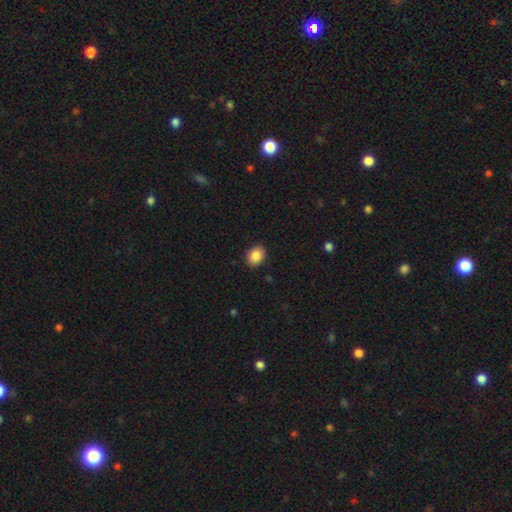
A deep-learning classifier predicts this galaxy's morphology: smooth_or_featured: smooth (p=0.87) [alt: star or artifact p=0.09]
how_rounded: in between (p=0.58) [alt: round p=0.41]
merging: none (p=0.89) [alt: minor disturbance p=0.08]